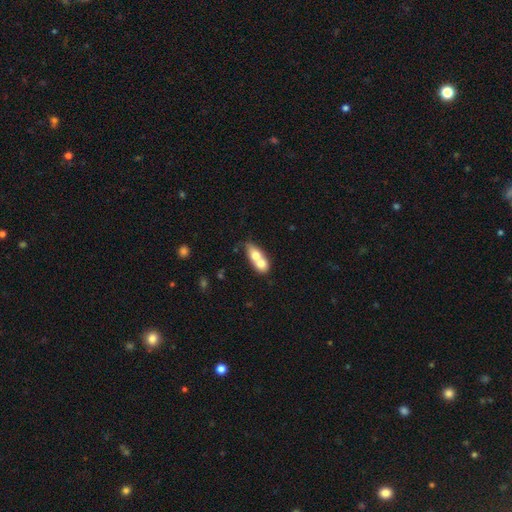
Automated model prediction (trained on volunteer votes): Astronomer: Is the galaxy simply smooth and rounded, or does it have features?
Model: smooth — 65%.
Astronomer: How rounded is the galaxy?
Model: in between — 63%.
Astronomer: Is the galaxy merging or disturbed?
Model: merger — 75%.